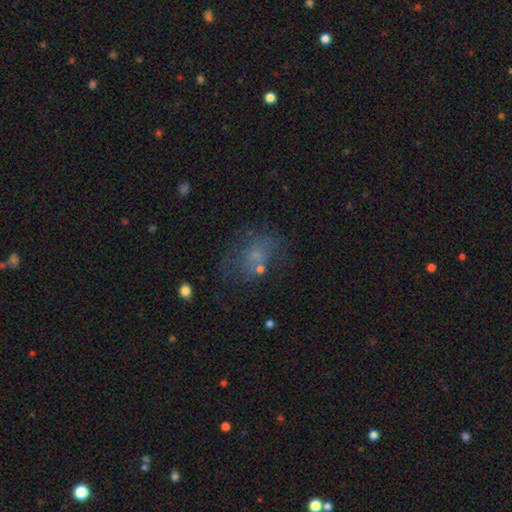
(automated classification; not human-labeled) This appears to be a smooth galaxy with no disk features (49%). Merging: none (50%).